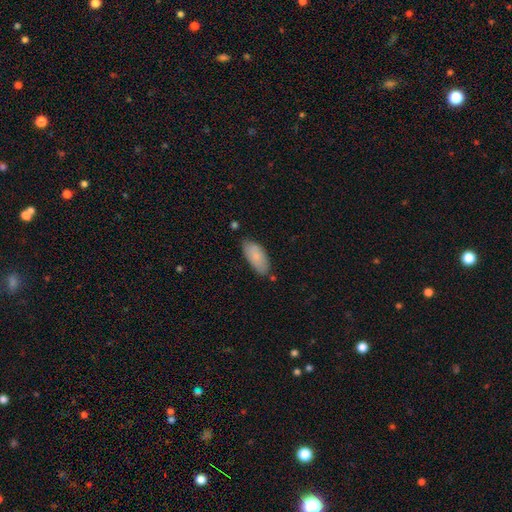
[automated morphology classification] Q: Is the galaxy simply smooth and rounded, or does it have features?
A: smooth — 83%.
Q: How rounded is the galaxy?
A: in between — 89%.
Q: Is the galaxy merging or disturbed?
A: none — 72%.